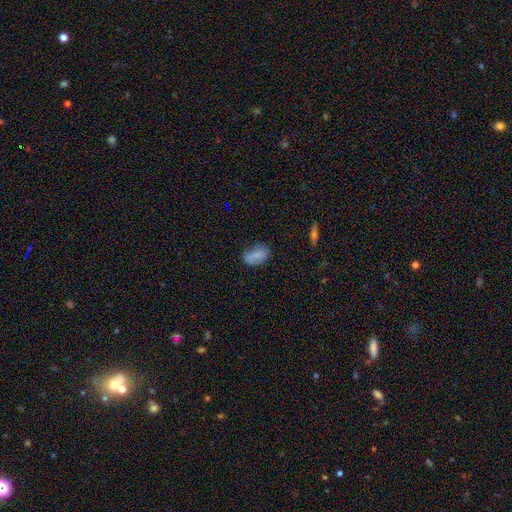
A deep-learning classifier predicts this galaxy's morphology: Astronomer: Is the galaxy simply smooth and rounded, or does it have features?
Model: smooth — 79%.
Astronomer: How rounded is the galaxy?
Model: in between — 88%.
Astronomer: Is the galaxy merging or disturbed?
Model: none — 64%.